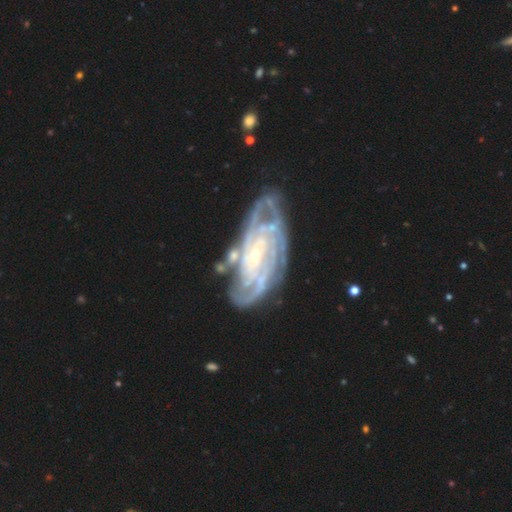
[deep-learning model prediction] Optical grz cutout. It shows a featured or disk galaxy (89%) with no bar (57%), tight (69%) spiral arms (97%) and a small central bulge (77%). Merging: none (67%).